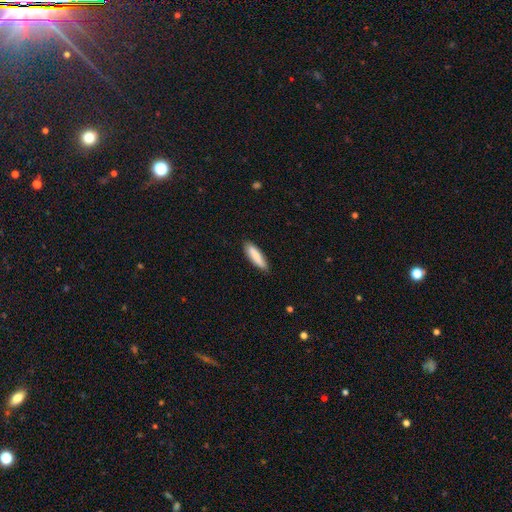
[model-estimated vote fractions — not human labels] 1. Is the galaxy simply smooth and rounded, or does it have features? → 84% smooth, 10% featured or disk, 6% star or artifact.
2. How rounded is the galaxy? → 63% cigar-shaped, 35% in between, 1% round.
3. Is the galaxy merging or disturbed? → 85% none, 12% minor disturbance, 2% major disturbance, 1% merger.